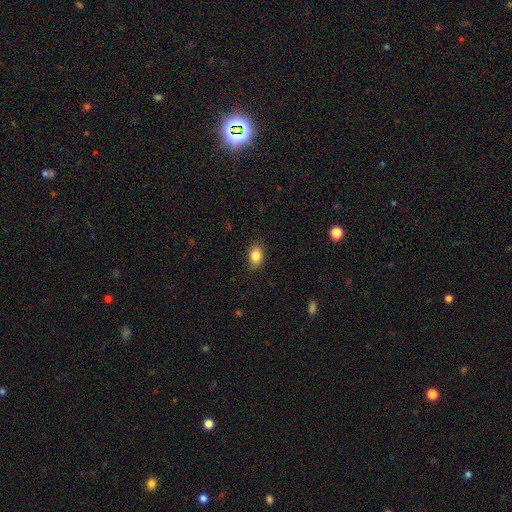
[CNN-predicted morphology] This appears to be a smooth galaxy with no disk features (85%) that is in between round and cigar-shaped (78%). Merging: none (86%).